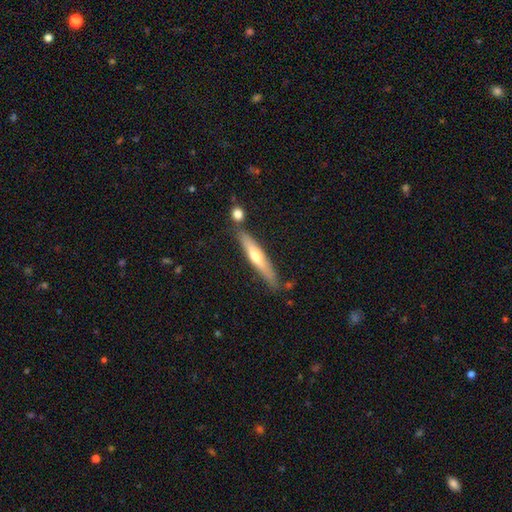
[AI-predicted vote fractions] Smooth or featured?
  - featured or disk: 49% *
  - smooth: 46%
  - star or artifact: 6%
Merging?
  - none: 77% *
  - minor disturbance: 13%
  - merger: 7%
  - major disturbance: 3%